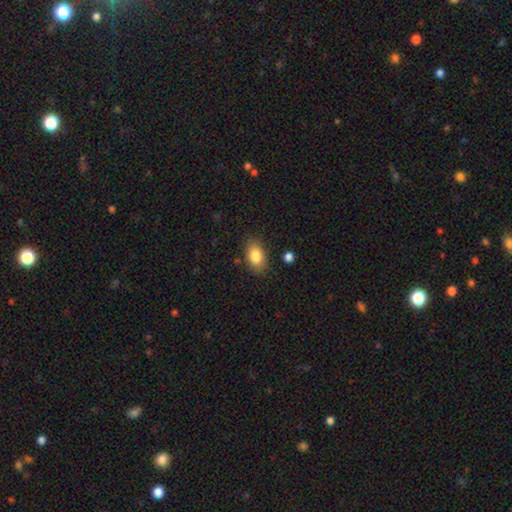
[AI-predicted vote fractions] A smooth galaxy with no disk features (84%) that is in between round and cigar-shaped (88%). Merging: none (83%).